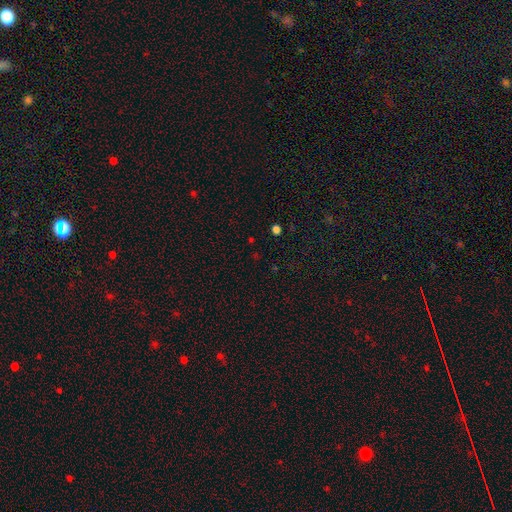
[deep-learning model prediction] A star or artifact, not a galaxy (52%).